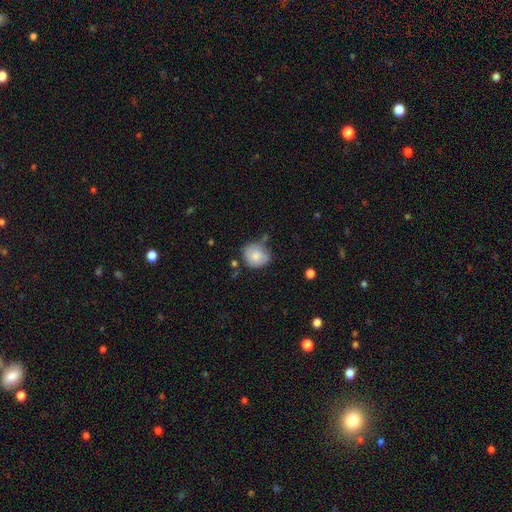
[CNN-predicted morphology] A smooth galaxy with no disk features (80%) that is round (67%).

Vote fractions:
- Smooth or featured? smooth: 80% / featured or disk: 12% / star or artifact: 7%
- How rounded? round: 67% / in between: 32% / cigar-shaped: 1%
- Merging? none: 59% / minor disturbance: 27% / merger: 7% / major disturbance: 6%